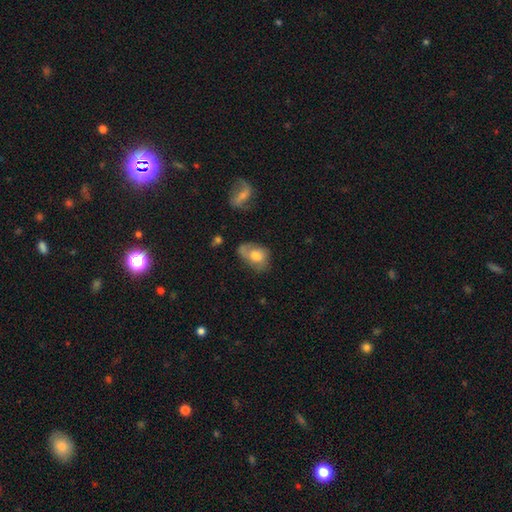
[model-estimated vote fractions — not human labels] Smooth or featured?
  - smooth: 61% *
  - featured or disk: 31%
  - star or artifact: 8%
How rounded?
  - in between: 74% *
  - round: 24%
  - cigar-shaped: 2%
Merging?
  - none: 41% *
  - minor disturbance: 33%
  - major disturbance: 20%
  - merger: 6%